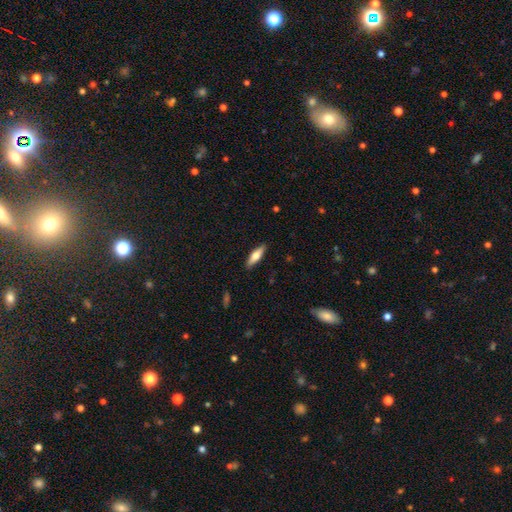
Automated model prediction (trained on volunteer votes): smooth_or_featured: smooth (p=0.60) [alt: featured or disk p=0.34]
how_rounded: cigar-shaped (p=0.58) [alt: in between p=0.40]
merging: none (p=0.88) [alt: minor disturbance p=0.09]